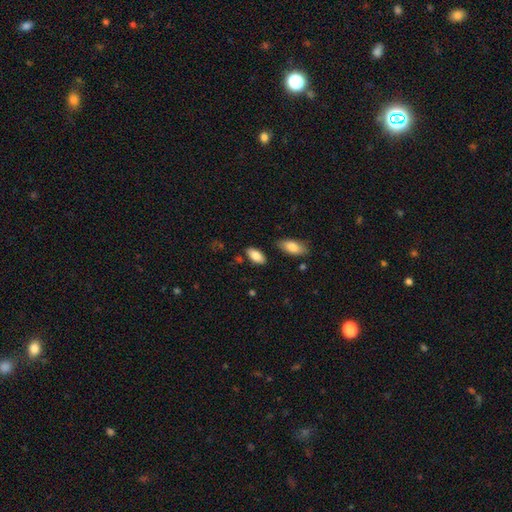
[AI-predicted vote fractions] Smooth or featured: smooth — 85% (featured or disk — 8%)
How rounded: in between — 92% (cigar-shaped — 6%)
Merging: none — 81% (minor disturbance — 12%)